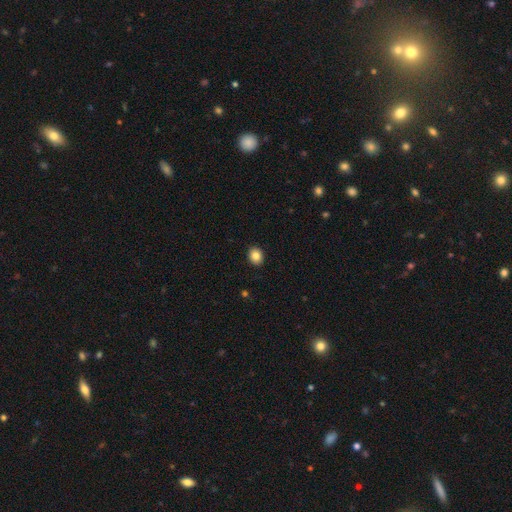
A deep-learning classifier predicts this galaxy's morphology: Q: Smooth or featured?
A: smooth (85%); runner-up: star or artifact (9%)
Q: How rounded?
A: round (59%); runner-up: in between (40%)
Q: Merging?
A: none (91%); runner-up: minor disturbance (6%)